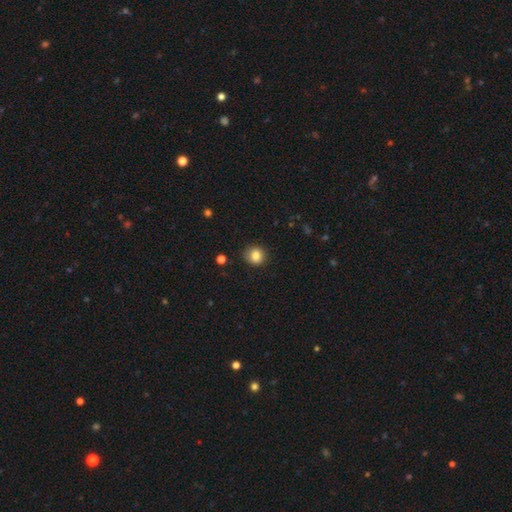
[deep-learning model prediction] smooth_or_featured: smooth (p=0.83) [alt: star or artifact p=0.10]
how_rounded: round (p=0.85) [alt: in between p=0.14]
merging: none (p=0.83) [alt: minor disturbance p=0.13]